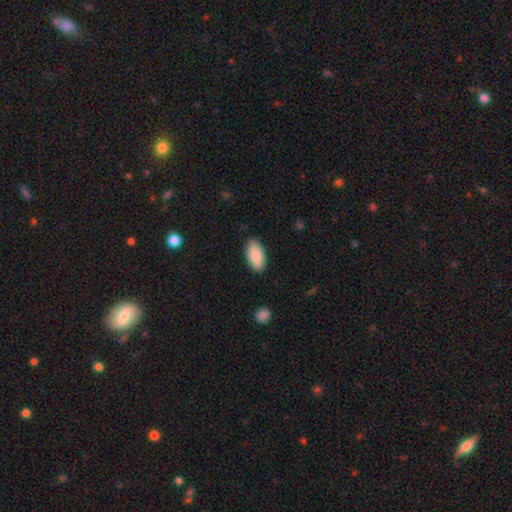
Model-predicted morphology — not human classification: smooth-or-featured: smooth: 89% | star or artifact: 6% | featured or disk: 5%
  how-rounded: in between: 94% | cigar-shaped: 4% | round: 2%
  merging: none: 86% | minor disturbance: 11% | major disturbance: 2% | merger: 1%